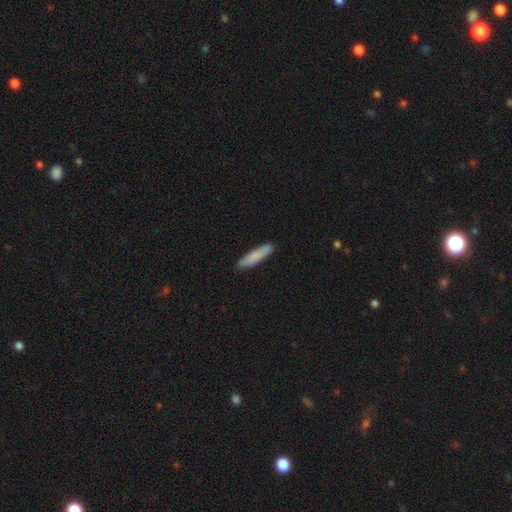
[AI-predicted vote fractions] Q: Smooth or featured?
A: smooth (83%); runner-up: featured or disk (11%)
Q: How rounded?
A: cigar-shaped (87%); runner-up: in between (11%)
Q: Merging?
A: none (89%); runner-up: minor disturbance (8%)